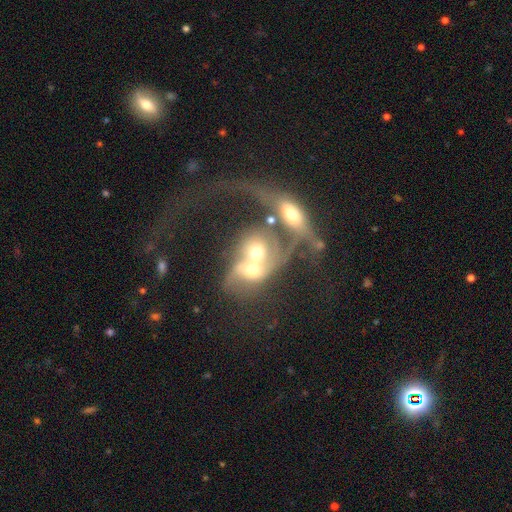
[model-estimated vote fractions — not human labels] featured or disk 68%, smooth 22%, star or artifact 10%. Down the decision tree: edge-on disk — no (91%); bar — no (71%); spiral arms — yes (58%); bulge size — moderate (55%); merging — merger (79%).